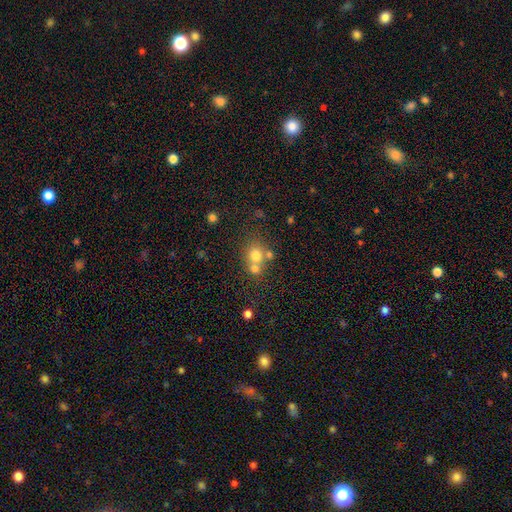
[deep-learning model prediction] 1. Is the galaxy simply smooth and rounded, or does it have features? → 70% smooth, 15% star or artifact, 14% featured or disk.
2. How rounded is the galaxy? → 79% round, 20% in between, 1% cigar-shaped.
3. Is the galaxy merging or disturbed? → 46% merger, 44% none, 7% minor disturbance, 3% major disturbance.